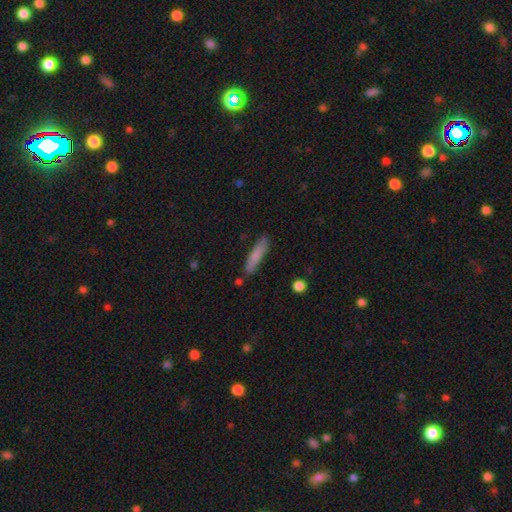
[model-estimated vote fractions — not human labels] Morphology: type=smooth (77%); roundness=cigar-shaped (86%); merging=none (83%).